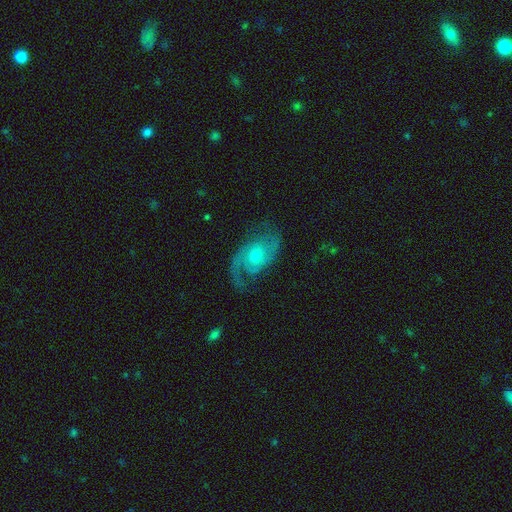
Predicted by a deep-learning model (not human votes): Overall: featured or disk (87%). Edge-on disk: no (97%). Bar: no (68%; weak 28%). Spiral arms: yes (97%). Spiral arm count: 2 (84%). Spiral winding: medium (50%; tight 25%). Bulge size: moderate (49%; small 46%). Merging: none (72%).